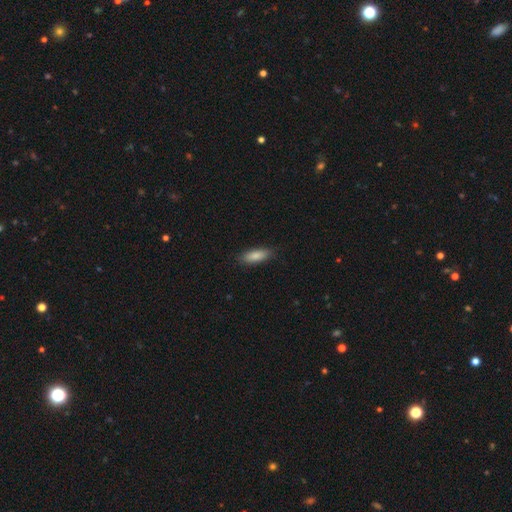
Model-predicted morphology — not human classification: smooth 86%, featured or disk 8%, star or artifact 6%. Down the decision tree: how rounded — in between (62%); merging — none (87%).